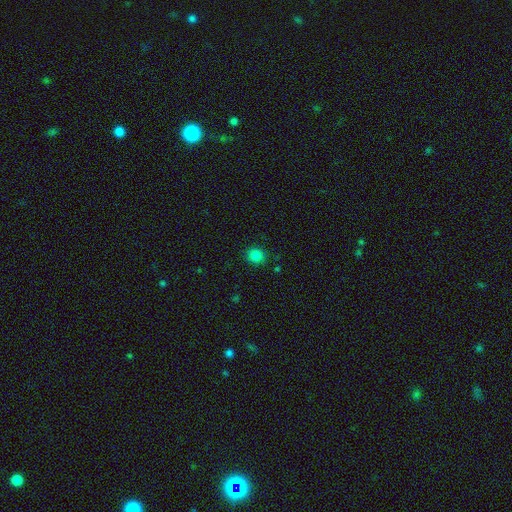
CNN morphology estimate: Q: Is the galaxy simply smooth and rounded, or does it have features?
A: smooth — 83%.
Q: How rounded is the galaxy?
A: round — 84%.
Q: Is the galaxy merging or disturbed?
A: none — 89%.